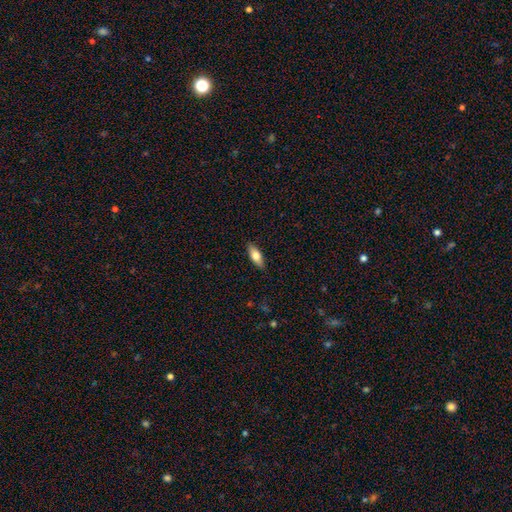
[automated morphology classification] This appears to be a smooth galaxy with no disk features (70%) that is in between round and cigar-shaped (71%). Merging: none (89%).